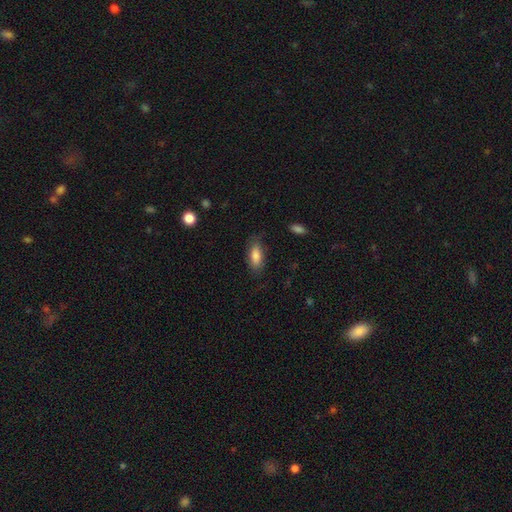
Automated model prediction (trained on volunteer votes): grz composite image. It shows a smooth galaxy with no disk features (80%) that is in between round and cigar-shaped (82%). Merging: none (74%).